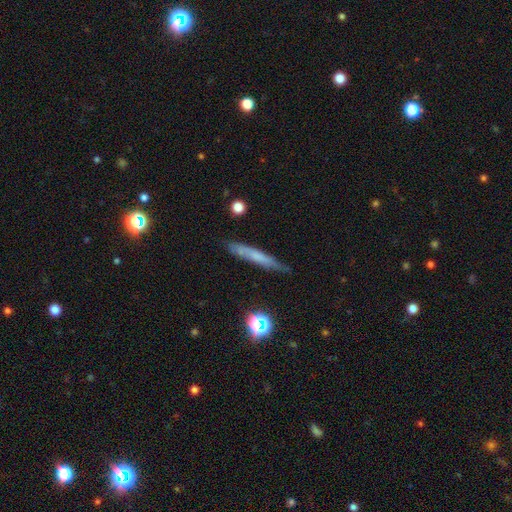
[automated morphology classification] smooth 54%, featured or disk 37%, star or artifact 10%. Down the decision tree: how rounded — cigar-shaped (93%); merging — none (78%).